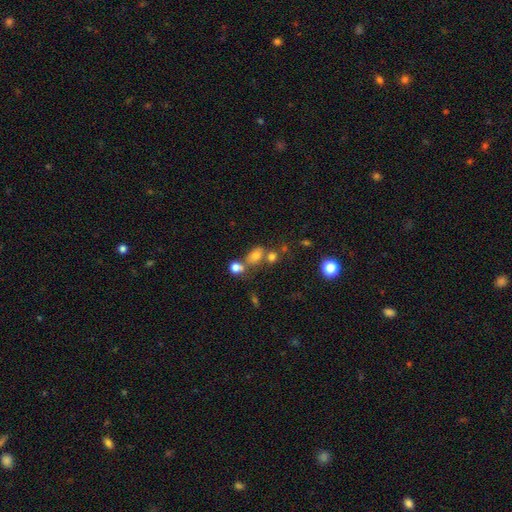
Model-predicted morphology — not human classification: This appears to be a smooth galaxy with no disk features (71%) that is in between round and cigar-shaped (63%). Merging: none (46%).